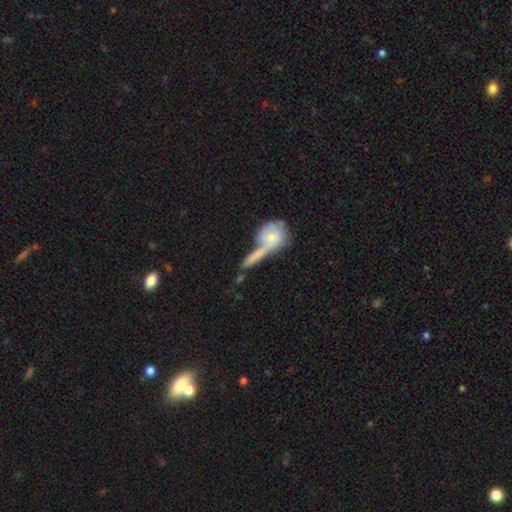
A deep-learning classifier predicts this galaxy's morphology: A smooth galaxy with no disk features (64%) that is cigar-shaped (46%).

Vote fractions:
- Smooth or featured? smooth: 64% / featured or disk: 27% / star or artifact: 8%
- How rounded? cigar-shaped: 46% / in between: 32% / round: 22%
- Merging? merger: 51% / none: 32% / minor disturbance: 10% / major disturbance: 7%